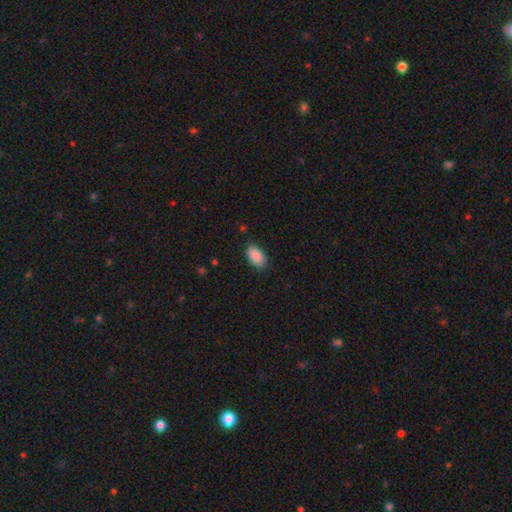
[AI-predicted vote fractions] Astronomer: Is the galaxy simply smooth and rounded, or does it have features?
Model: smooth — 90%.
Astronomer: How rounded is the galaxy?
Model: in between — 94%.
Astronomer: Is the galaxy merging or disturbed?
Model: none — 85%.